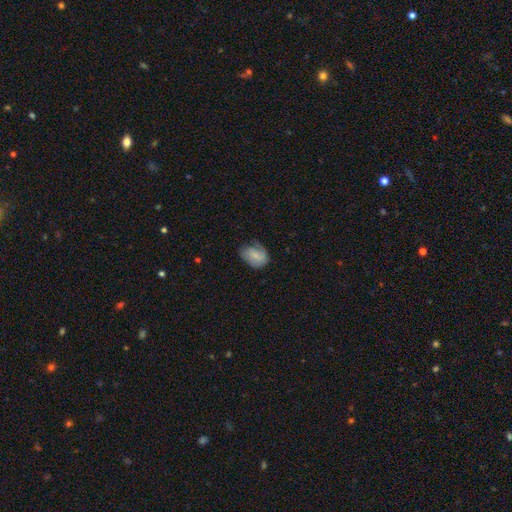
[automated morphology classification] The model was most divided on "merging": none: 50%, minor disturbance: 34%, major disturbance: 15%, merger: 1%. More confident: how rounded — in between (74%); smooth or featured — smooth (69%).